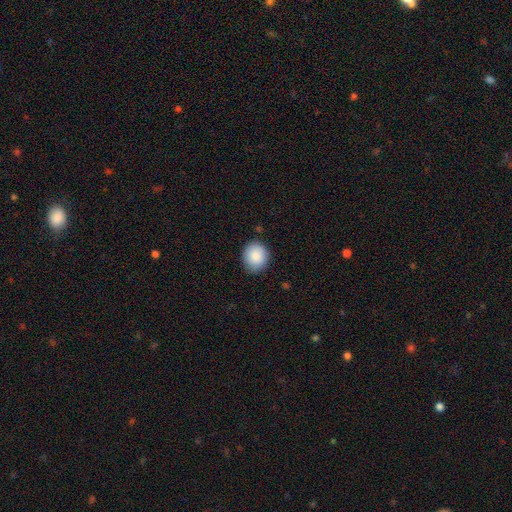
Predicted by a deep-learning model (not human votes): This appears to be a smooth galaxy with no disk features (88%) that is round (76%). Merging: none (85%).